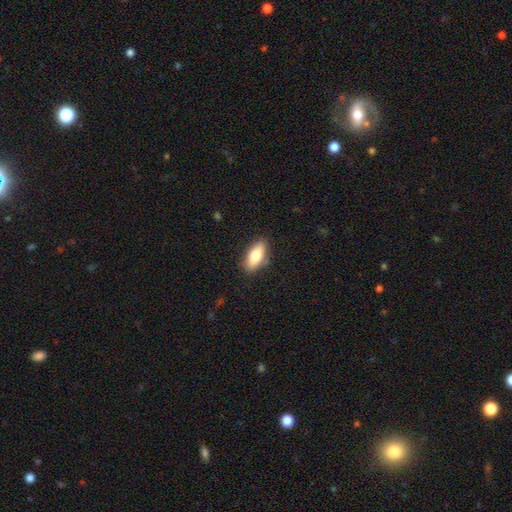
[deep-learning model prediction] Q: Smooth or featured?
A: smooth (77%); runner-up: featured or disk (16%)
Q: How rounded?
A: in between (82%); runner-up: cigar-shaped (15%)
Q: Merging?
A: none (85%); runner-up: minor disturbance (11%)